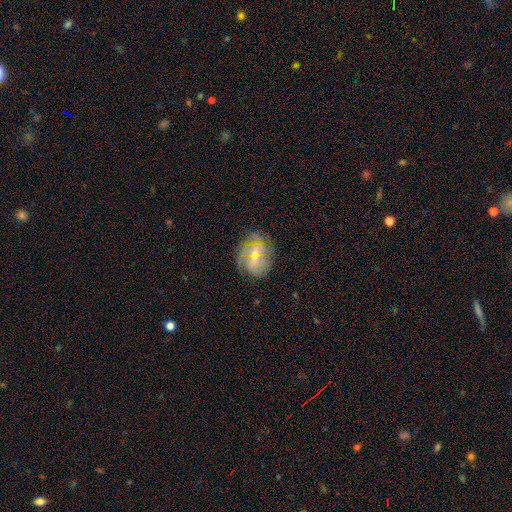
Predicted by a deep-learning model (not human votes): Morphology: type=featured or disk (44%); merging=none (74%).